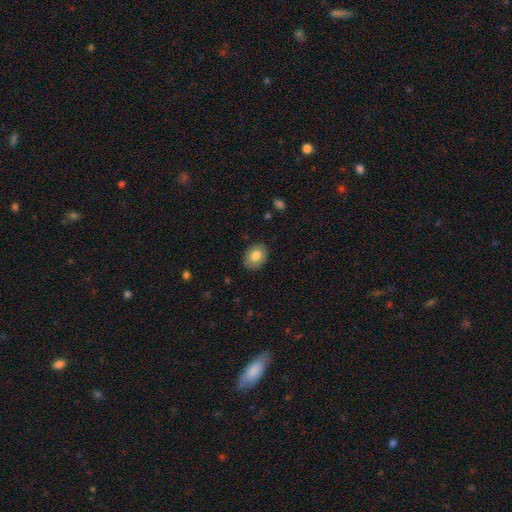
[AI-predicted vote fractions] smooth-or-featured: smooth: 79% | featured or disk: 14% | star or artifact: 7%
  how-rounded: in between: 68% | round: 31% | cigar-shaped: 1%
  merging: none: 87% | minor disturbance: 10% | major disturbance: 2% | merger: 1%